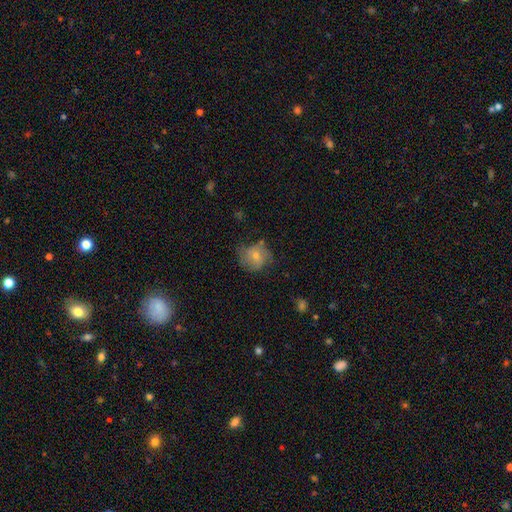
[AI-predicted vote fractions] Overall: smooth (57%; featured or disk 35%). How rounded: round (74%). Merging: none (53%; minor disturbance 30%).